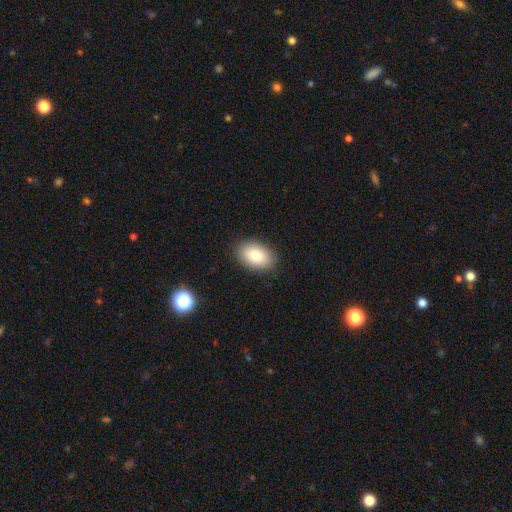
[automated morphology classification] This is clearly a smooth galaxy (84%). How rounded: clearly in between (90%). Merging: clearly none (88%).